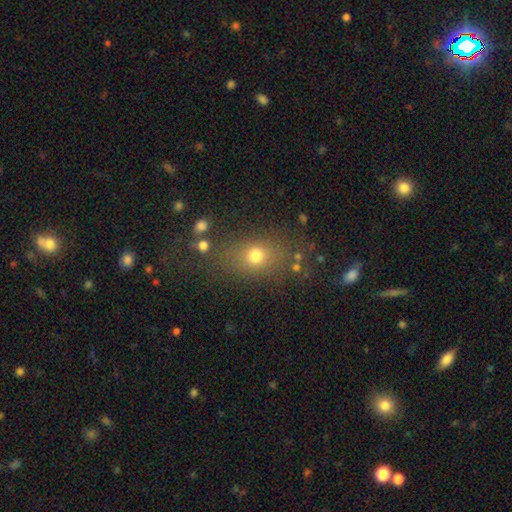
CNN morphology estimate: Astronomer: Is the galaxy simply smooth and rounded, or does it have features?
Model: smooth — 70%.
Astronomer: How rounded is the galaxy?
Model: in between — 52% (runner-up: round, 43%).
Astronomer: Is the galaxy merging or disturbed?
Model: none — 76%.